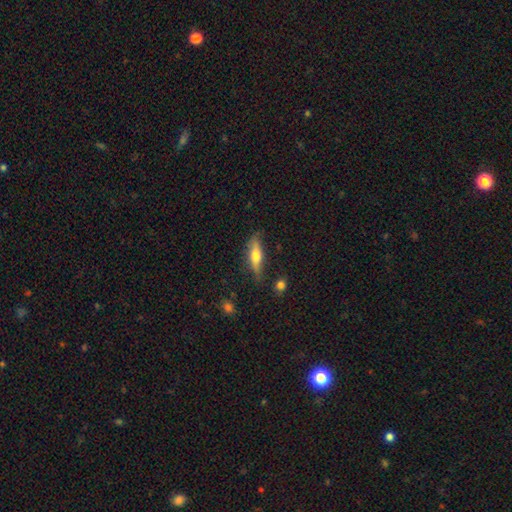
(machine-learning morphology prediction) Smooth or featured? Predicted: smooth (p=0.52). How rounded? Predicted: cigar-shaped (p=0.61). Merging? Predicted: none (p=0.72).